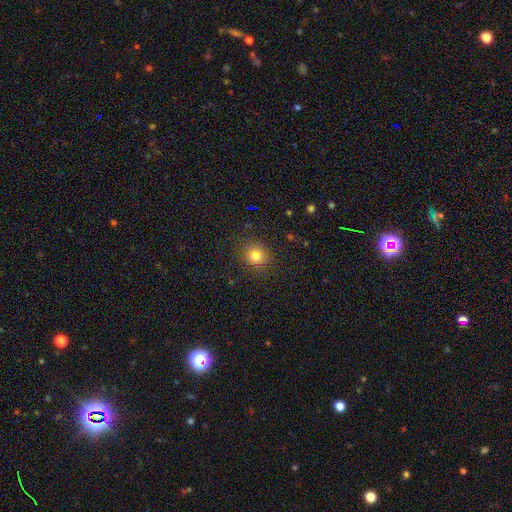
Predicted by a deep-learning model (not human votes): Smooth or featured?
  - smooth: 77% *
  - star or artifact: 16%
  - featured or disk: 7%
How rounded?
  - round: 88% *
  - in between: 11%
  - cigar-shaped: 1%
Merging?
  - none: 89% *
  - minor disturbance: 8%
  - major disturbance: 3%
  - merger: 1%